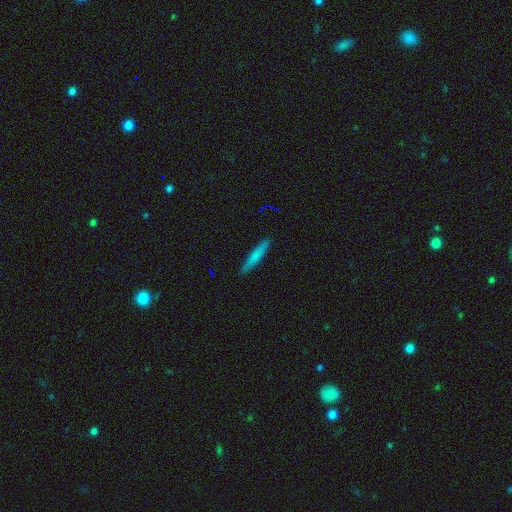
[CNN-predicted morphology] Smooth or featured? smooth (74%)
How rounded? cigar-shaped (94%)
Merging? none (90%)